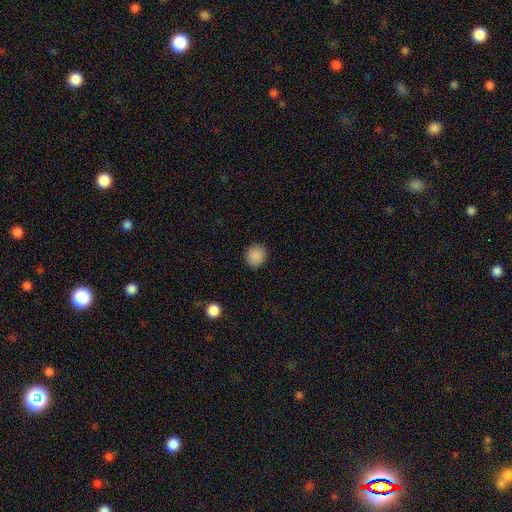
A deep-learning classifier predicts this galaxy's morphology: Overall: smooth (88%). How rounded: round (82%). Merging: none (89%).